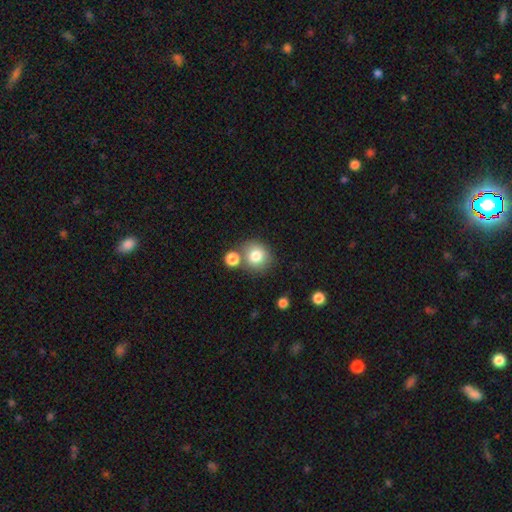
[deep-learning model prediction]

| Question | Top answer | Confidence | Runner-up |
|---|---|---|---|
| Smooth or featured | smooth | 80% | star or artifact (10%) |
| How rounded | round | 85% | in between (14%) |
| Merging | none | 67% | merger (19%) |